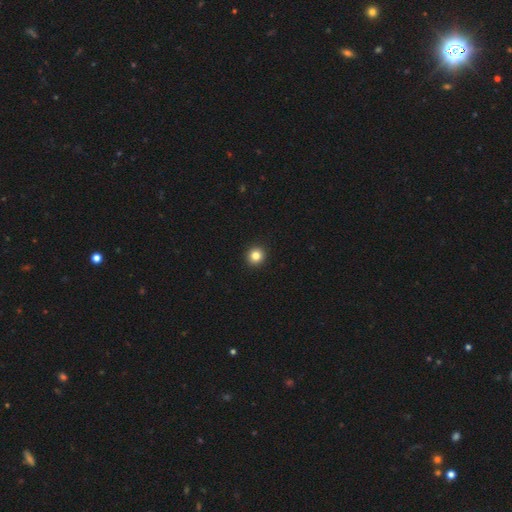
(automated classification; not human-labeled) smooth 83%, star or artifact 11%, featured or disk 5%. Down the decision tree: how rounded — round (92%); merging — none (94%).